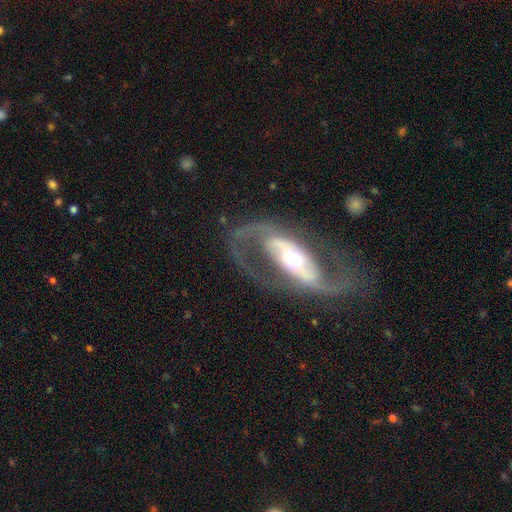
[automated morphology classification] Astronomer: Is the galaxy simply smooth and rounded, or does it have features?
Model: featured or disk — 90%.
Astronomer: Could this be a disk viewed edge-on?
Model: no — 95%.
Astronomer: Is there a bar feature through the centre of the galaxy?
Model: strong — 52% (runner-up: weak, 28%).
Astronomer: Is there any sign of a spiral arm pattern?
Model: yes — 95%.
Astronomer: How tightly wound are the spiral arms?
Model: medium — 53% (runner-up: loose, 30%).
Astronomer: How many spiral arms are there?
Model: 2 — 92%.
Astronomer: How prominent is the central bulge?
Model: moderate — 62%.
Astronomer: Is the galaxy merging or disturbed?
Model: none — 76%.